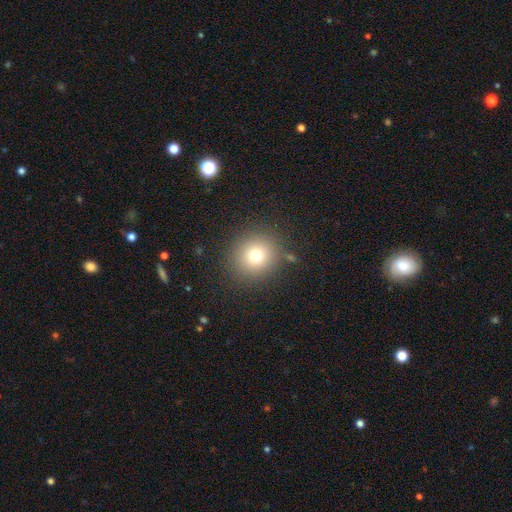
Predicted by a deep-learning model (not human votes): Smooth or featured? smooth (74%)
How rounded? round (89%)
Merging? none (86%)